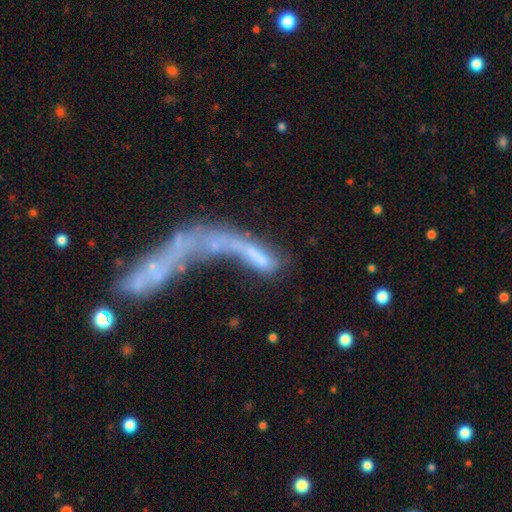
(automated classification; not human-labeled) Smooth or featured? Predicted: smooth (p=0.48). Merging? Predicted: merger (p=0.53).